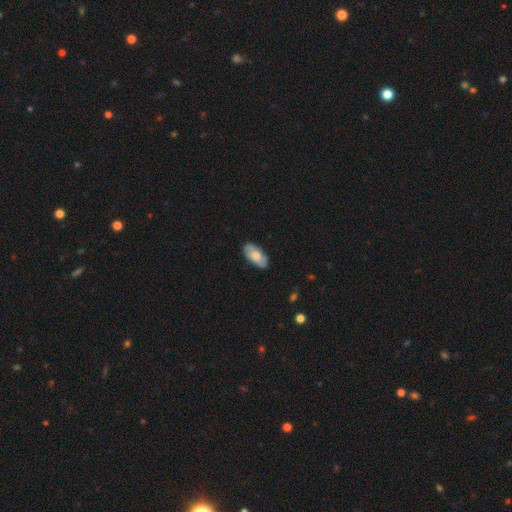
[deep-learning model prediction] smooth-or-featured: smooth: 68% | featured or disk: 27% | star or artifact: 6%
  how-rounded: in between: 93% | cigar-shaped: 5% | round: 2%
  merging: none: 84% | minor disturbance: 13% | major disturbance: 2% | merger: 1%